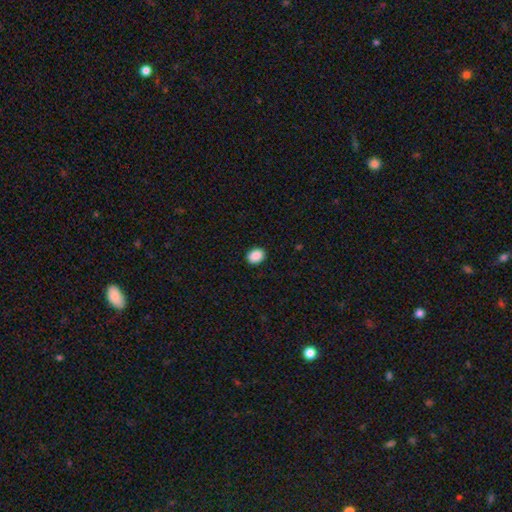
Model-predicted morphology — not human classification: smooth_or_featured: smooth (p=0.89) [alt: star or artifact p=0.08]
how_rounded: in between (p=0.51) [alt: round p=0.49]
merging: none (p=0.90) [alt: minor disturbance p=0.07]